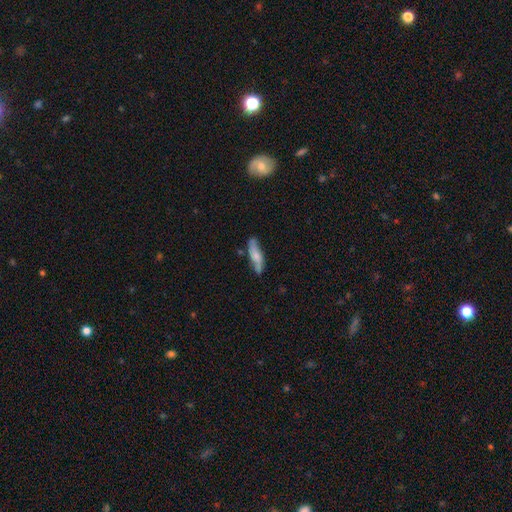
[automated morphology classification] Q: Smooth or featured?
A: smooth (57%); runner-up: featured or disk (37%)
Q: How rounded?
A: cigar-shaped (63%); runner-up: in between (35%)
Q: Merging?
A: none (75%); runner-up: minor disturbance (19%)